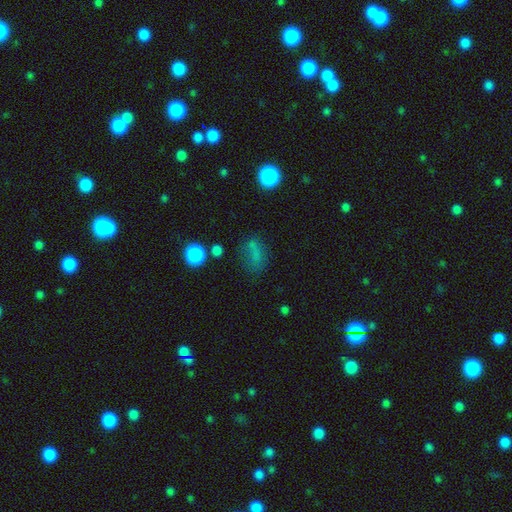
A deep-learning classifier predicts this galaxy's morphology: This is likely a smooth galaxy (66%). How rounded: likely in between (70%). Merging: possibly none (53%).